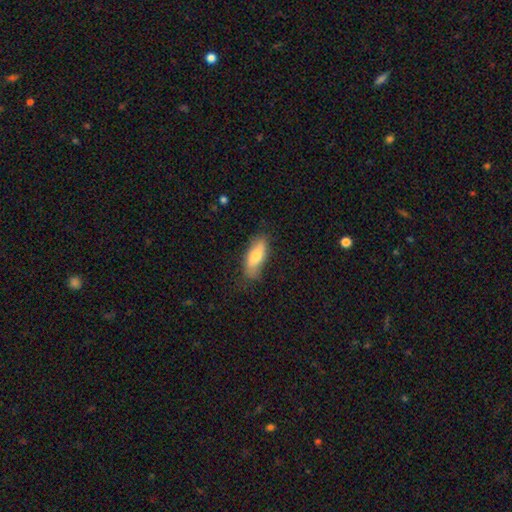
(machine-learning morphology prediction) This appears to be a smooth galaxy with no disk features (68%) that is in between round and cigar-shaped (69%). Merging: none (71%).